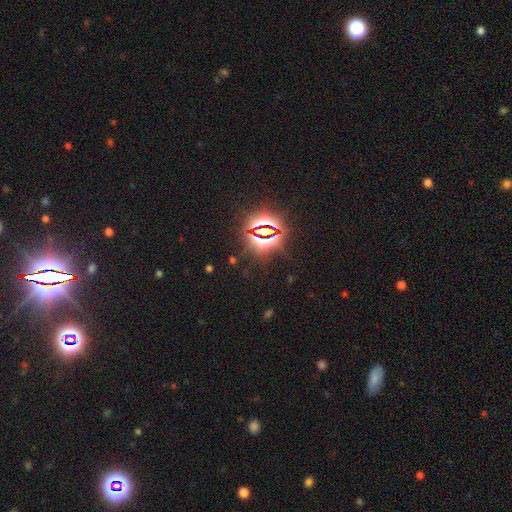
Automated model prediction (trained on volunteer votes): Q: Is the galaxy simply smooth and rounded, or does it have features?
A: star or artifact — 82%.